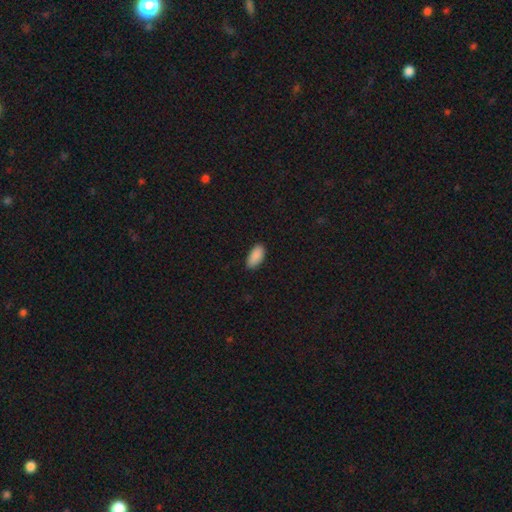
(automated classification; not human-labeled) Overall: smooth (90%). How rounded: in between (93%). Merging: none (85%).